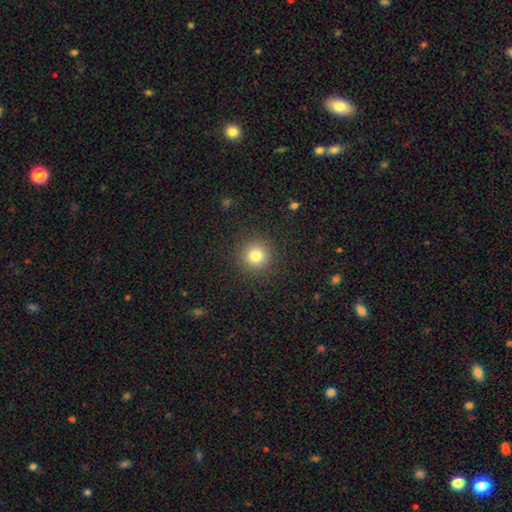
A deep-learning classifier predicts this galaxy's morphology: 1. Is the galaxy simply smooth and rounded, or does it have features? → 79% smooth, 14% star or artifact, 7% featured or disk.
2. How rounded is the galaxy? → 95% round, 4% in between, 1% cigar-shaped.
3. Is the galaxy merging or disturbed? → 90% none, 6% minor disturbance, 3% major disturbance, 1% merger.